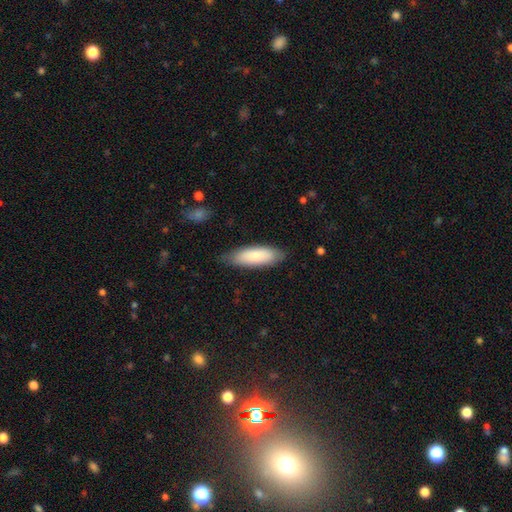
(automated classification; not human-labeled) A smooth galaxy with no disk features (81%) that is in between round and cigar-shaped (59%). Merging: none (79%).